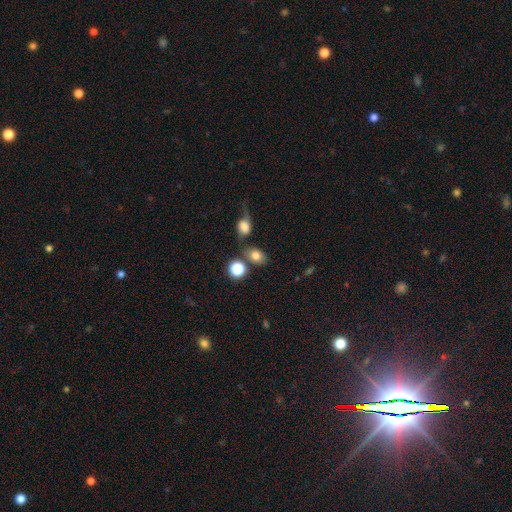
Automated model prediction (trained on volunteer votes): A smooth galaxy with no disk features (76%) that is in between round and cigar-shaped (65%).

Vote fractions:
- Smooth or featured? smooth: 76% / star or artifact: 13% / featured or disk: 11%
- How rounded? in between: 65% / round: 33% / cigar-shaped: 2%
- Merging? none: 62% / merger: 18% / minor disturbance: 14% / major disturbance: 7%